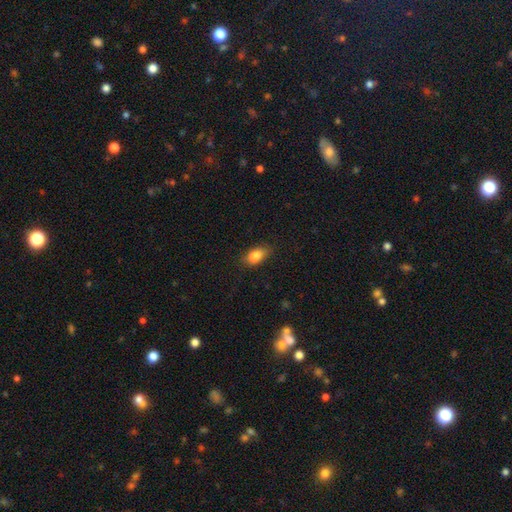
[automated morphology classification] Smooth or featured? smooth (85%)
How rounded? in between (90%)
Merging? none (79%)